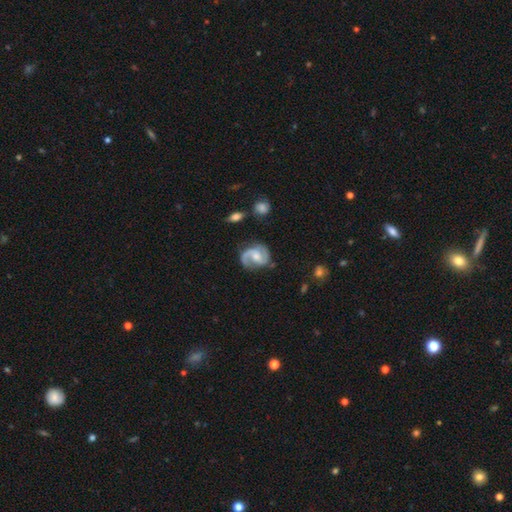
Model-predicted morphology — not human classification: Smooth or featured? Predicted: featured or disk (p=0.85). Edge-on disk? Predicted: no (p=0.98). Bar? Predicted: weak (p=0.46). Spiral arms? Predicted: yes (p=0.97). Spiral winding? Predicted: medium (p=0.54). Spiral arm count? Predicted: 2 (p=0.87). Bulge size? Predicted: moderate (p=0.49). Merging? Predicted: none (p=0.70).